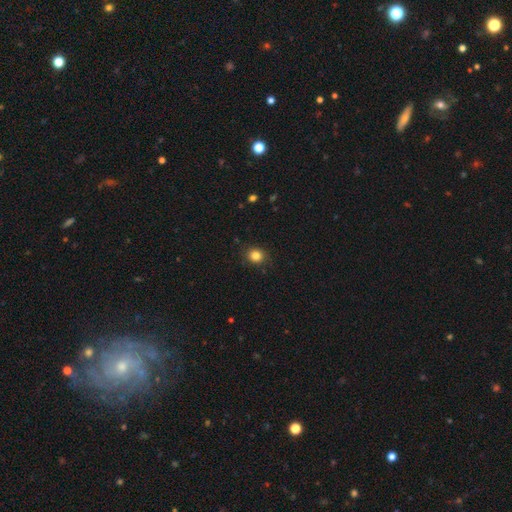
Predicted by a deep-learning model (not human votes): Smooth or featured? Predicted: smooth (p=0.83). How rounded? Predicted: round (p=0.79). Merging? Predicted: none (p=0.87).